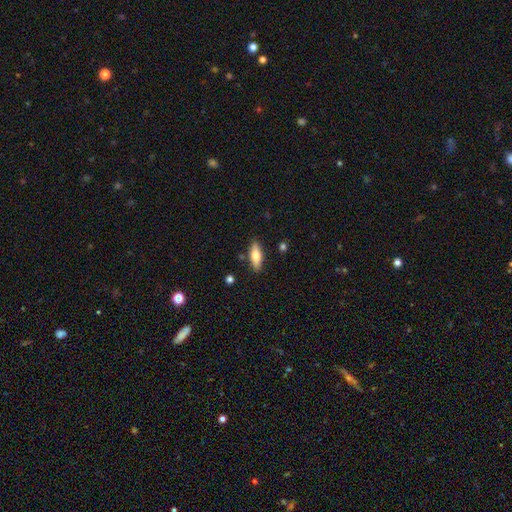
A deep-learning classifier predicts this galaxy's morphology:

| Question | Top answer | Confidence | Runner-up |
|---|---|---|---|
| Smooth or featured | smooth | 67% | featured or disk (27%) |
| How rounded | in between | 62% | cigar-shaped (35%) |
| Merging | none | 85% | minor disturbance (10%) |